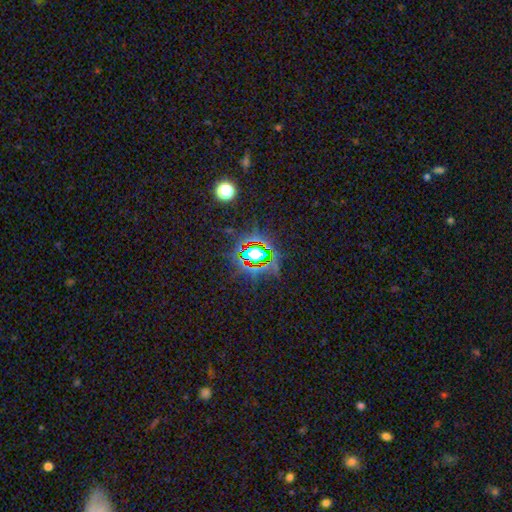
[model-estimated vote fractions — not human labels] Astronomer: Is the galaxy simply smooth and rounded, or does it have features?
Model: star or artifact — 73%.